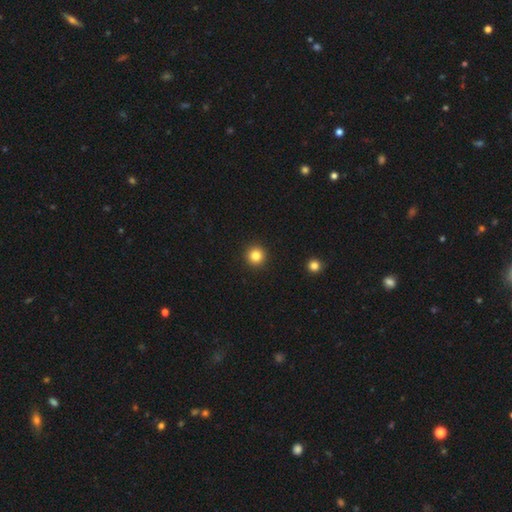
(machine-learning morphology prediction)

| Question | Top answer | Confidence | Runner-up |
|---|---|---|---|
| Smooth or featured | smooth | 83% | star or artifact (12%) |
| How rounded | round | 96% | in between (3%) |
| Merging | none | 93% | minor disturbance (4%) |